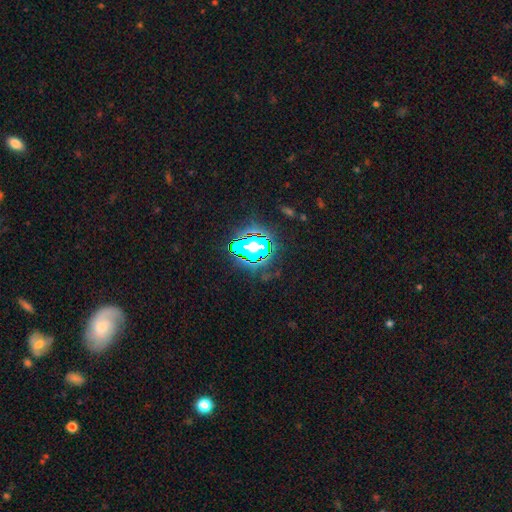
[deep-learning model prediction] This is likely a star or artifact rather than a galaxy (76%).